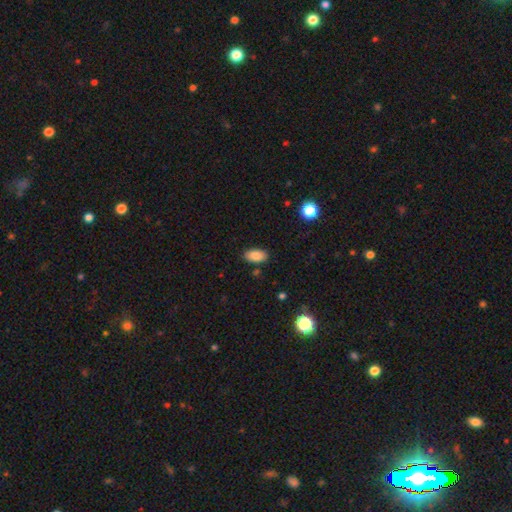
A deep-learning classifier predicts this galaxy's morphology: Smooth or featured: smooth — 85% (star or artifact — 8%)
How rounded: in between — 93% (round — 4%)
Merging: none — 85% (minor disturbance — 10%)